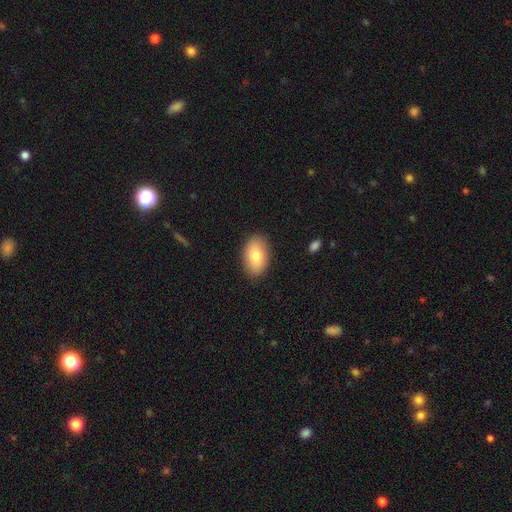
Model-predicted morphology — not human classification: This is likely a smooth galaxy (79%). How rounded: clearly in between (91%). Merging: clearly none (88%).